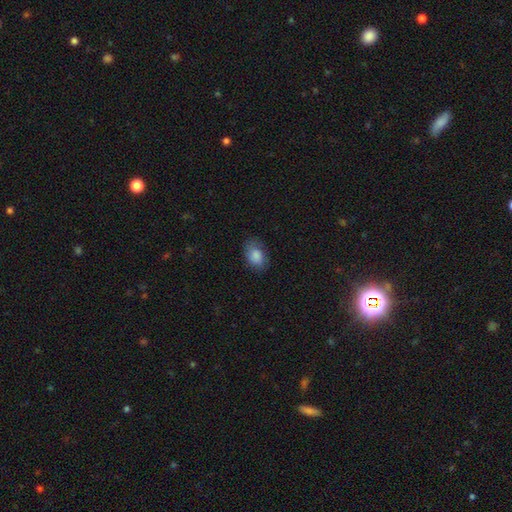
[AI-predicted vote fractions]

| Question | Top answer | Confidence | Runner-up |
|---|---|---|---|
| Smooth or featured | smooth | 84% | featured or disk (8%) |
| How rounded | in between | 82% | round (17%) |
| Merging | none | 73% | minor disturbance (20%) |